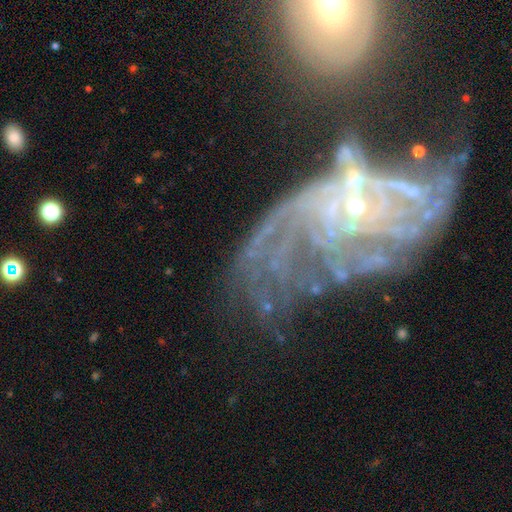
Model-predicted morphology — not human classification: A featured or disk galaxy (78%) with no bar (71%), tight (47%) spiral arms (82%) and a small central bulge (69%). Merging: major disturbance (38%).